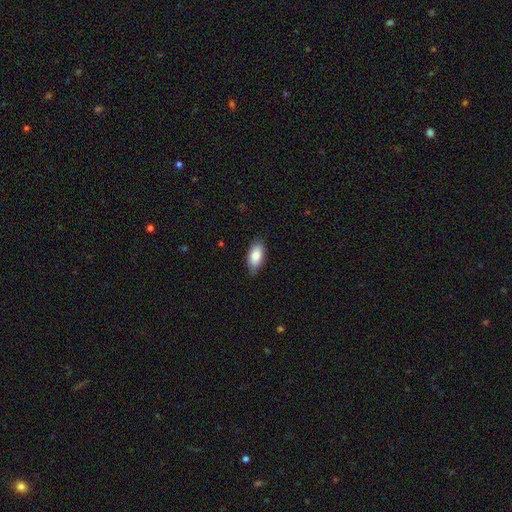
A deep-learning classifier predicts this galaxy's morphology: type=smooth (85%); roundness=in between (91%); merging=none (81%).